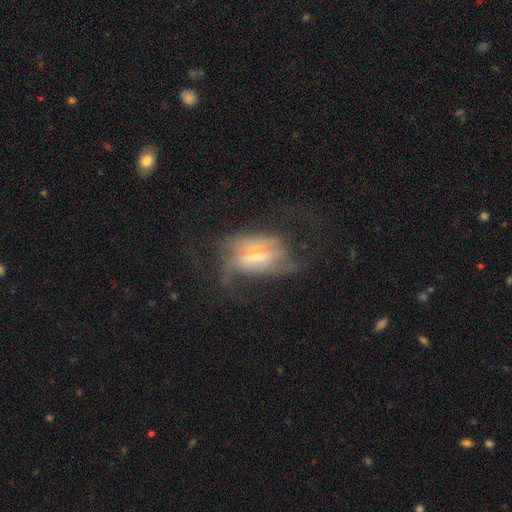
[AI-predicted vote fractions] smooth_or_featured: featured or disk (p=0.54) [alt: smooth p=0.35]
disk_edge_on: no (p=0.77) [alt: yes p=0.23]
merging: major disturbance (p=0.47) [alt: none p=0.27]